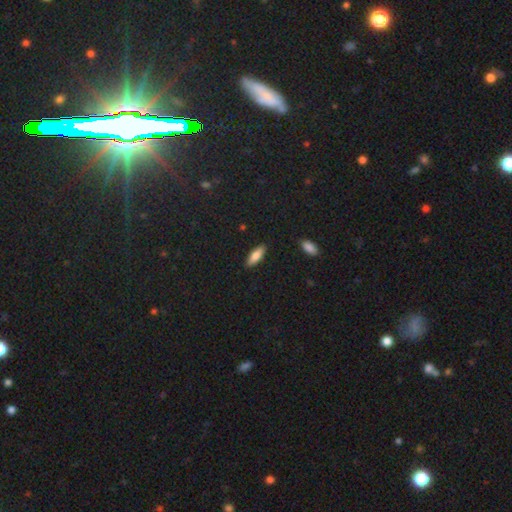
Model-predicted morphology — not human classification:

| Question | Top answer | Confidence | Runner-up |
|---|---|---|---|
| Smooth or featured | smooth | 79% | featured or disk (15%) |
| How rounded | in between | 61% | cigar-shaped (37%) |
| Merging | none | 88% | minor disturbance (9%) |